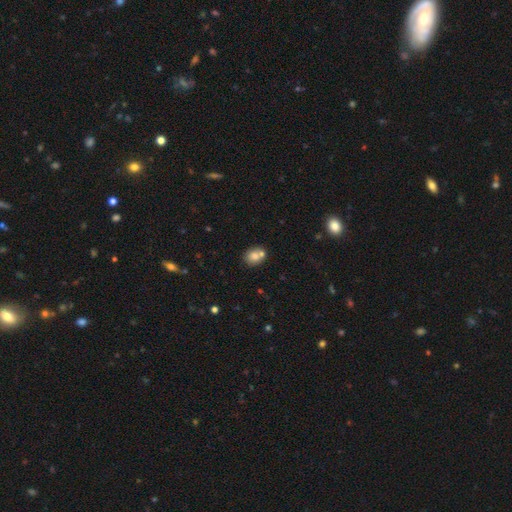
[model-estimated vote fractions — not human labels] smooth_or_featured: smooth (p=0.77) [alt: featured or disk p=0.13]
how_rounded: round (p=0.55) [alt: in between p=0.44]
merging: none (p=0.54) [alt: merger p=0.32]